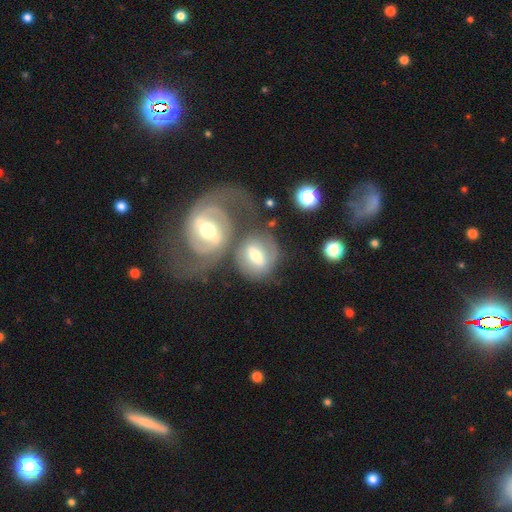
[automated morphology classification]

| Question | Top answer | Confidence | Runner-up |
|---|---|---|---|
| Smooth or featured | featured or disk | 59% | smooth (34%) |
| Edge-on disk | no | 94% | yes (6%) |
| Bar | strong | 43% | weak (42%) |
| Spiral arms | yes | 75% | no (25%) |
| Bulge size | moderate | 69% | large (14%) |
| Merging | merger | 42% | none (37%) |